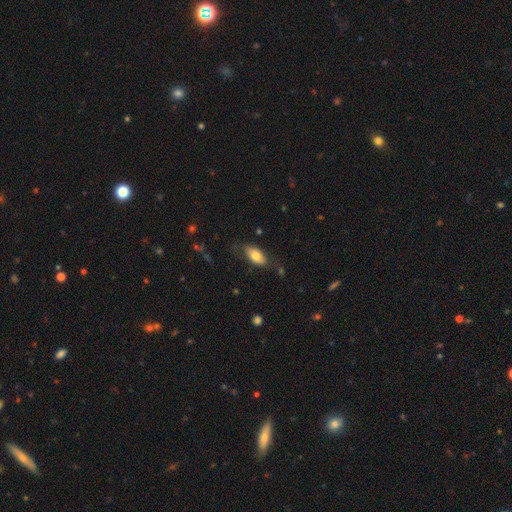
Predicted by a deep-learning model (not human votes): A smooth galaxy with no disk features (73%) that is in between round and cigar-shaped (91%). Merging: none (67%).